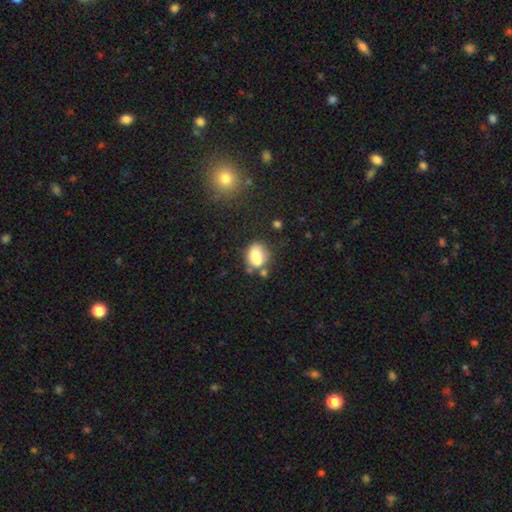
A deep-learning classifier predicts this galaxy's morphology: Smooth or featured?
  - smooth: 74% *
  - featured or disk: 16%
  - star or artifact: 10%
How rounded?
  - in between: 62% *
  - round: 36%
  - cigar-shaped: 2%
Merging?
  - none: 53% *
  - minor disturbance: 21%
  - merger: 20%
  - major disturbance: 7%